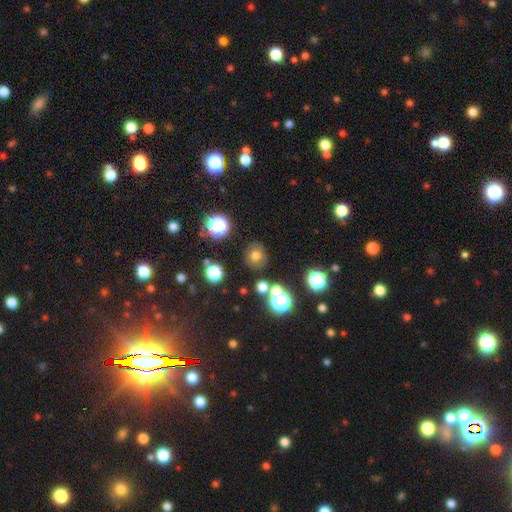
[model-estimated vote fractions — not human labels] The model was most divided on "smooth or featured": smooth: 68%, star or artifact: 20%, featured or disk: 13%. More confident: how rounded — round (86%); merging — none (80%).